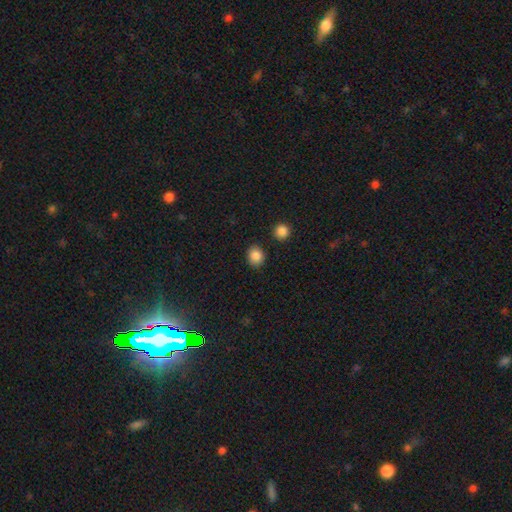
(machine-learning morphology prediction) smooth-or-featured: smooth: 86% | star or artifact: 9% | featured or disk: 4%
  how-rounded: round: 74% | in between: 25% | cigar-shaped: 1%
  merging: none: 88% | minor disturbance: 7% | merger: 3% | major disturbance: 2%